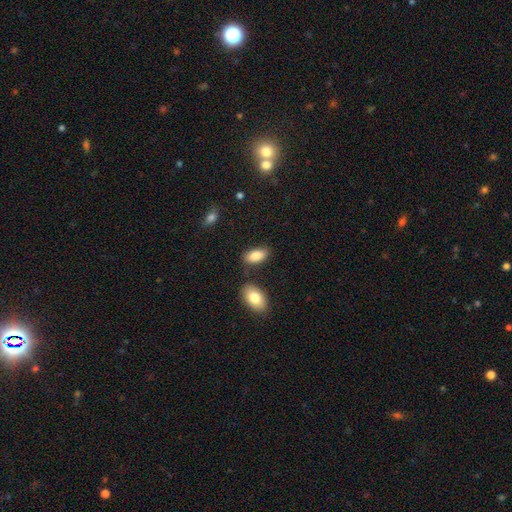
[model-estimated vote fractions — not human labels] smooth_or_featured: smooth (p=0.86) [alt: featured or disk p=0.07]
how_rounded: in between (p=0.93) [alt: cigar-shaped p=0.04]
merging: none (p=0.76) [alt: minor disturbance p=0.13]